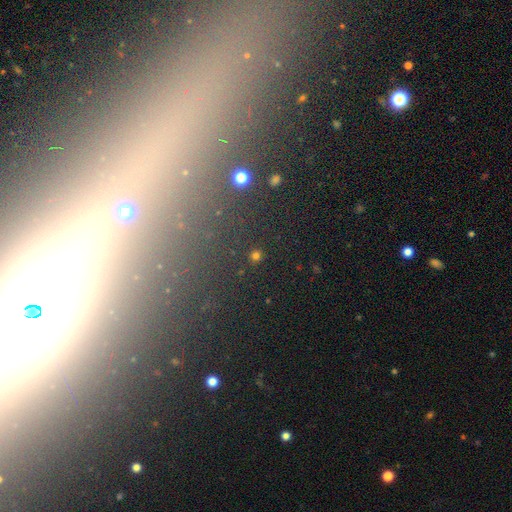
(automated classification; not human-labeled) Smooth or featured? star or artifact (53%)